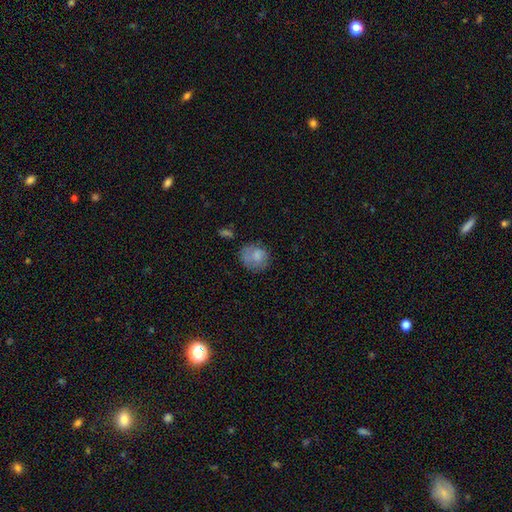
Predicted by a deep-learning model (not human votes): Smooth or featured?
  - smooth: 71% *
  - featured or disk: 20%
  - star or artifact: 9%
How rounded?
  - round: 75% *
  - in between: 24%
  - cigar-shaped: 1%
Merging?
  - none: 61% *
  - minor disturbance: 25%
  - major disturbance: 11%
  - merger: 3%